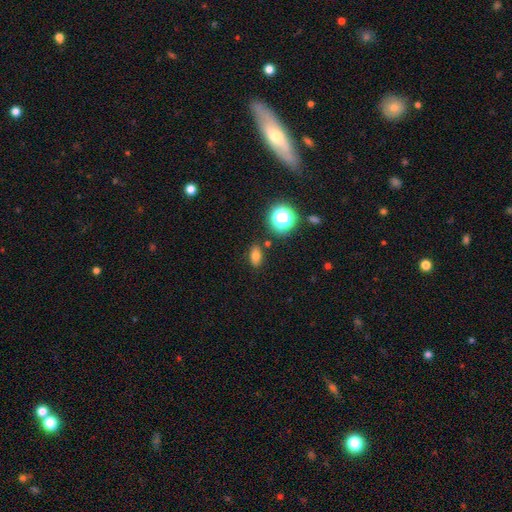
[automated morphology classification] smooth-or-featured: smooth: 71% | star or artifact: 18% | featured or disk: 10%
  how-rounded: in between: 78% | round: 16% | cigar-shaped: 5%
  merging: none: 84% | minor disturbance: 10% | merger: 3% | major disturbance: 3%